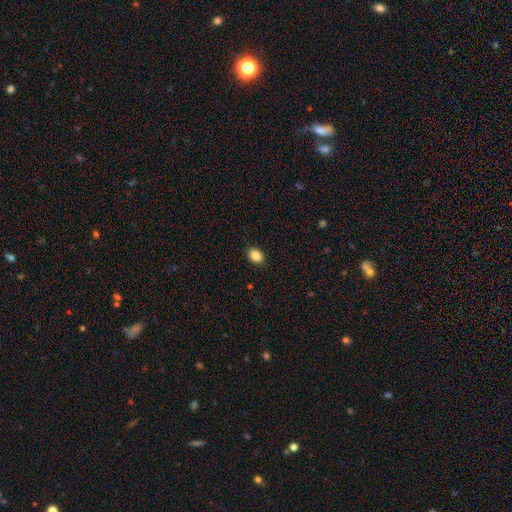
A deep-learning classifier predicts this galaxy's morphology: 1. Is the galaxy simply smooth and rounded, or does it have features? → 88% smooth, 9% star or artifact, 3% featured or disk.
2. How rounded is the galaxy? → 69% in between, 30% round, 1% cigar-shaped.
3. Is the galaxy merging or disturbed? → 90% none, 7% minor disturbance, 2% major disturbance, 1% merger.